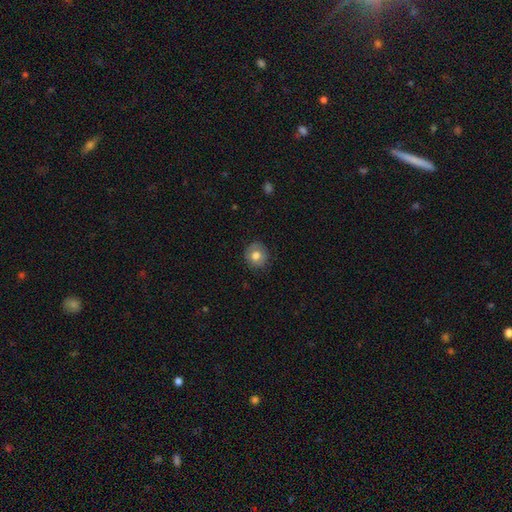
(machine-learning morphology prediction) Smooth or featured? Predicted: smooth (p=0.75). How rounded? Predicted: round (p=0.86). Merging? Predicted: none (p=0.84).